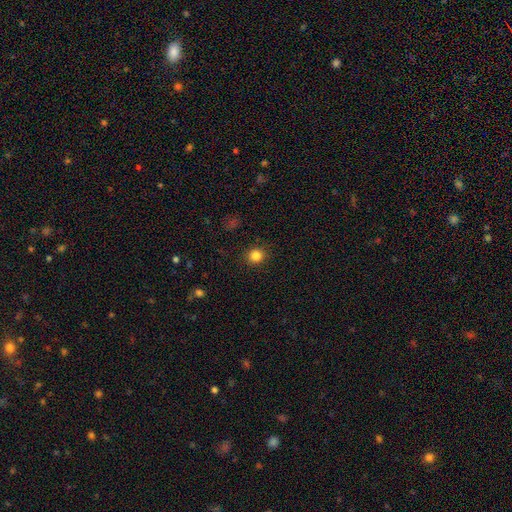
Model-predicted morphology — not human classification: A smooth galaxy with no disk features (84%) that is round (89%). Merging: none (90%).